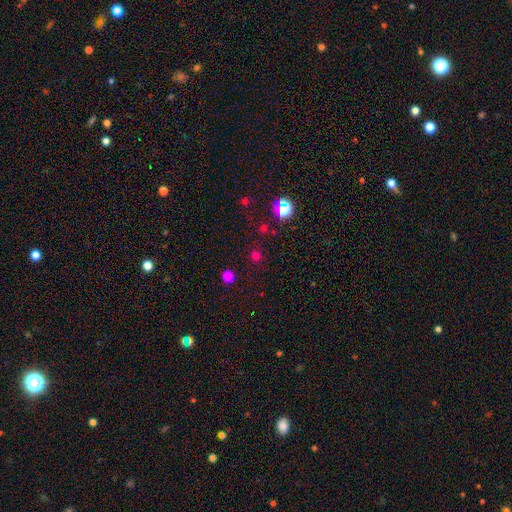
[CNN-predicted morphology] This appears to be a smooth galaxy with no disk features (67%) that is round (93%). Merging: none (88%).